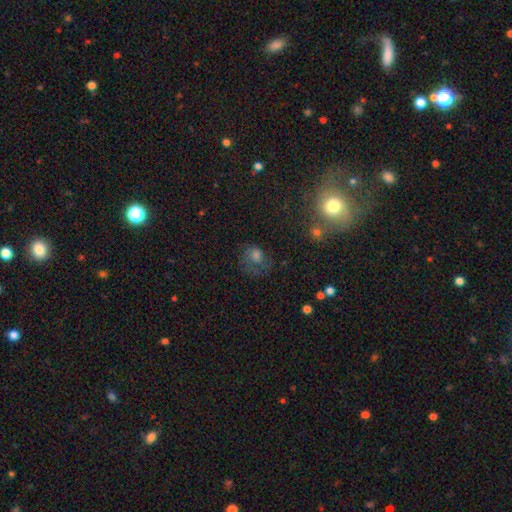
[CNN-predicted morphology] Q: Smooth or featured?
A: smooth (52%); runner-up: featured or disk (24%)
Q: How rounded?
A: round (63%); runner-up: in between (35%)
Q: Merging?
A: none (47%); runner-up: major disturbance (26%)